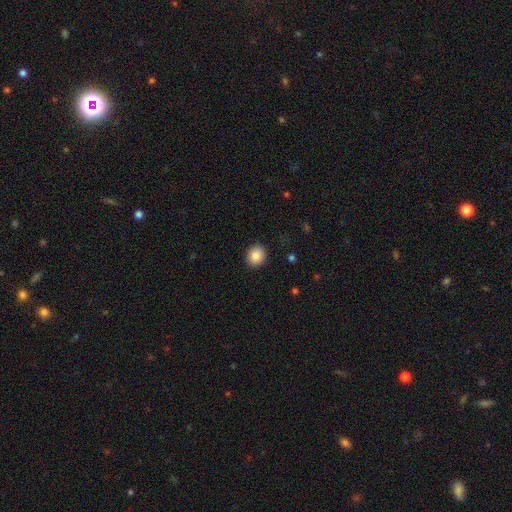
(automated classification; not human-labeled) Smooth or featured? Predicted: smooth (p=0.86). How rounded? Predicted: round (p=0.79). Merging? Predicted: none (p=0.91).